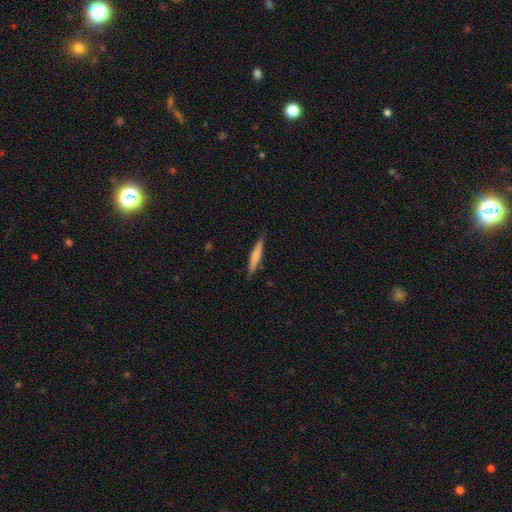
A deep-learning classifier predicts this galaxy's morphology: A smooth galaxy with no disk features (65%) that is cigar-shaped (92%). Merging: none (85%).